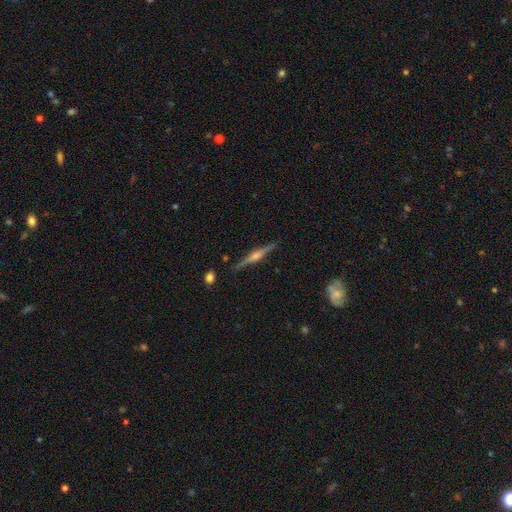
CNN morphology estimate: A featured or disk galaxy (81%) viewed edge-on (98%) with a rounded central bulge (85%).

Vote fractions:
- Smooth or featured? featured or disk: 81% / smooth: 13% / star or artifact: 6%
- Edge-on disk? yes: 98% / no: 2%
- Edge-on bulge? rounded: 85% / boxy: 9% / none: 5%
- Merging? none: 90% / minor disturbance: 7% / major disturbance: 2% / merger: 1%